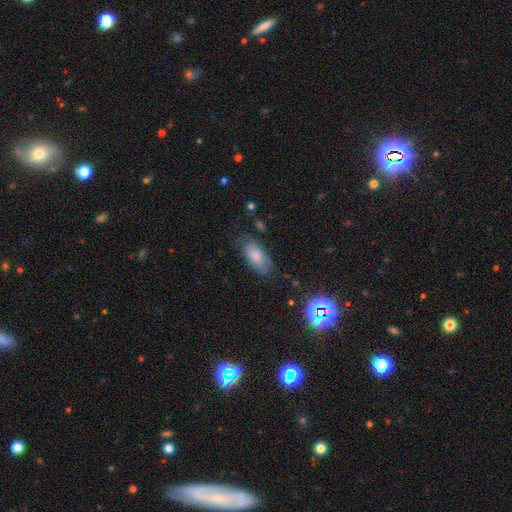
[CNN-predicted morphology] A smooth galaxy with no disk features (77%) that is in between round and cigar-shaped (91%).

Vote fractions:
- Smooth or featured? smooth: 77% / featured or disk: 15% / star or artifact: 8%
- How rounded? in between: 91% / cigar-shaped: 6% / round: 3%
- Merging? none: 68% / minor disturbance: 23% / major disturbance: 7% / merger: 2%